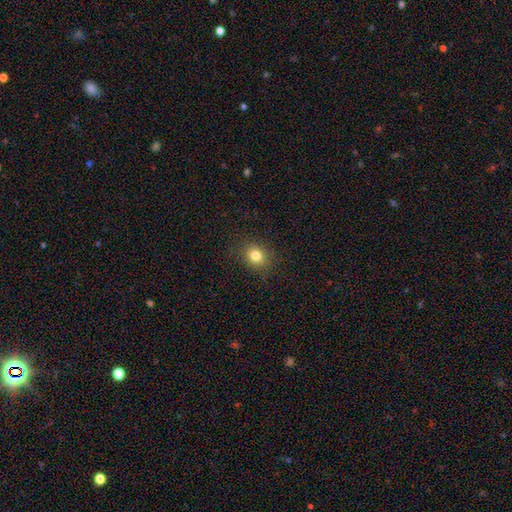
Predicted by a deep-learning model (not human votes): Overall: smooth (81%). How rounded: round (69%; in between 30%). Merging: none (88%).